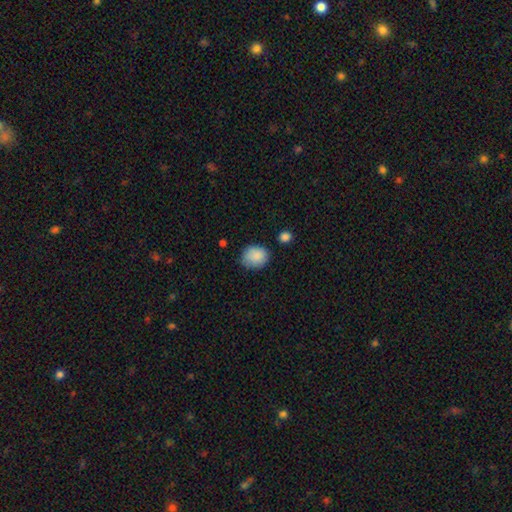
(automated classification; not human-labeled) A smooth galaxy with no disk features (88%) that is round (56%). Merging: none (69%).